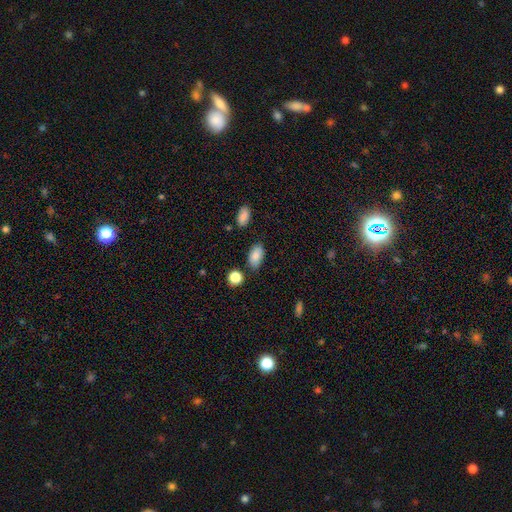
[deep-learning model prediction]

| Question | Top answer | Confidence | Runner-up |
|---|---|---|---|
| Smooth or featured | smooth | 85% | star or artifact (8%) |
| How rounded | in between | 92% | round (5%) |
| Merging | none | 79% | minor disturbance (14%) |